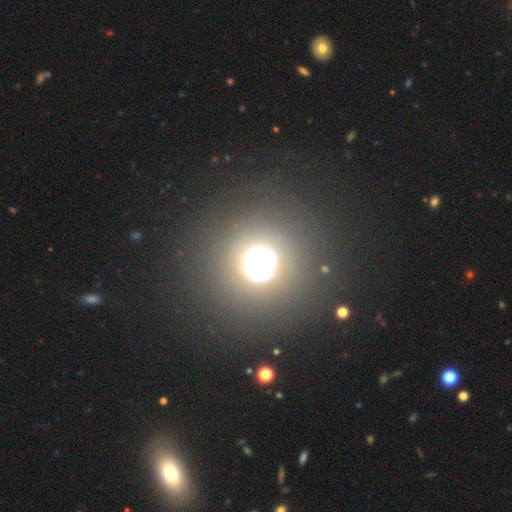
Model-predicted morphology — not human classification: smooth_or_featured: smooth (p=0.48) [alt: star or artifact p=0.33]
merging: none (p=0.75) [alt: minor disturbance p=0.11]